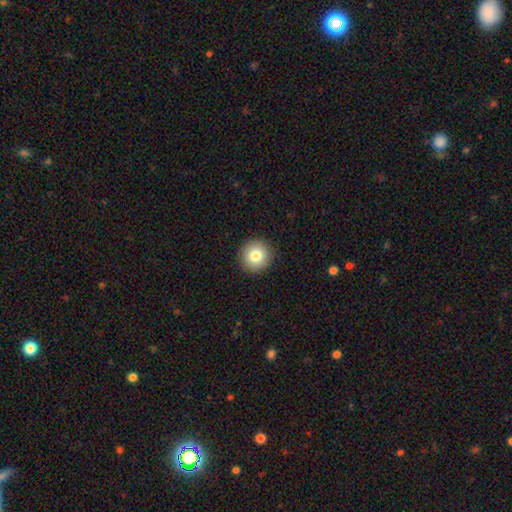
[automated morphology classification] Smooth or featured? smooth (81%)
How rounded? round (95%)
Merging? none (92%)